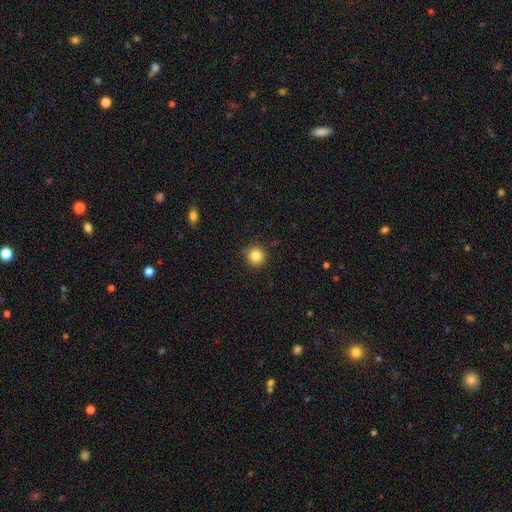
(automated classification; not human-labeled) smooth 84%, star or artifact 11%, featured or disk 6%. Down the decision tree: how rounded — round (93%); merging — none (88%).